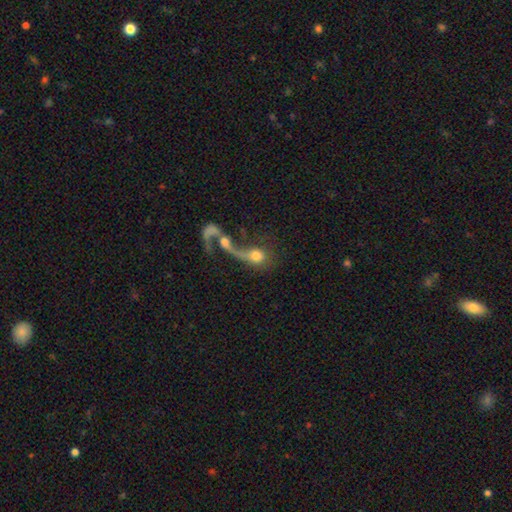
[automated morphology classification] A smooth galaxy with no disk features (49%). Merging: merger (59%).